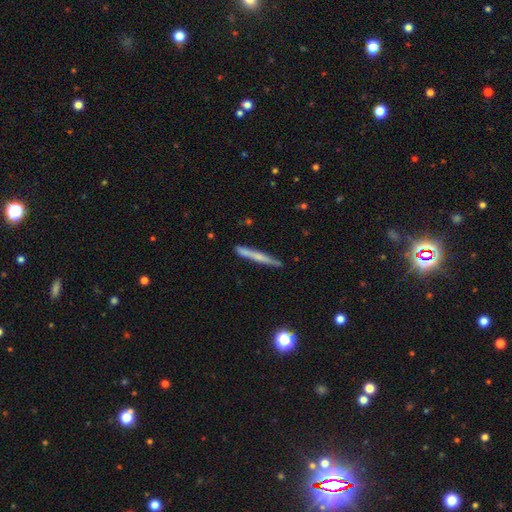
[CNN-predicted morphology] type=smooth (47%); merging=none (87%).